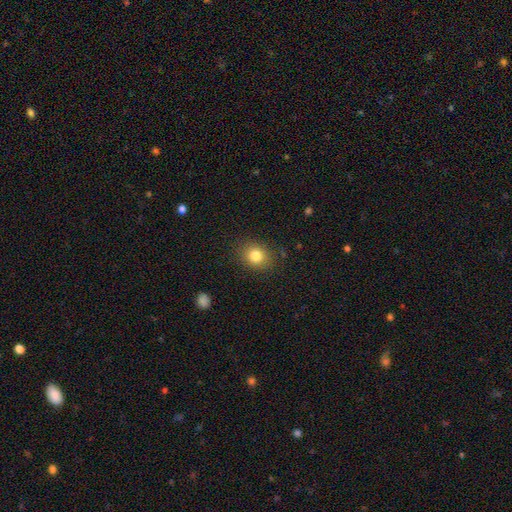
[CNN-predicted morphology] Overall: smooth (82%). How rounded: round (61%; in between 38%). Merging: none (86%).